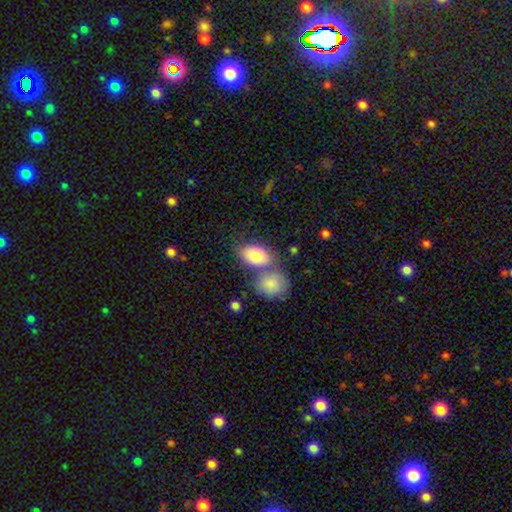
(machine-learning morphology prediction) smooth_or_featured: smooth (p=0.82) [alt: featured or disk p=0.12]
how_rounded: in between (p=0.87) [alt: round p=0.12]
merging: none (p=0.44) [alt: merger p=0.37]